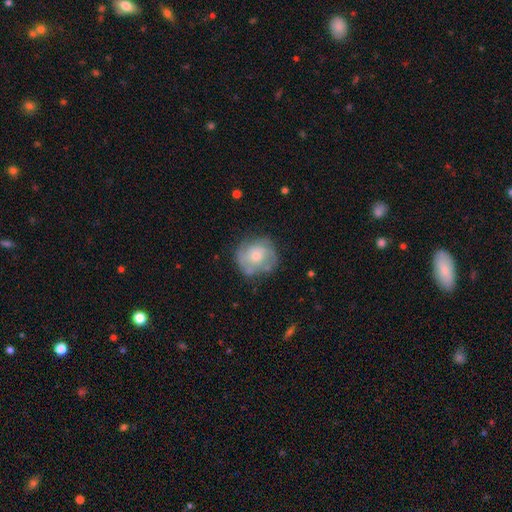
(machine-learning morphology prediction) Overall: featured or disk (53%; smooth 40%). Edge-on disk: no (97%). Bar: no (79%). Spiral arms: yes (68%; no 32%). Bulge size: moderate (49%; small 40%). Merging: none (69%).